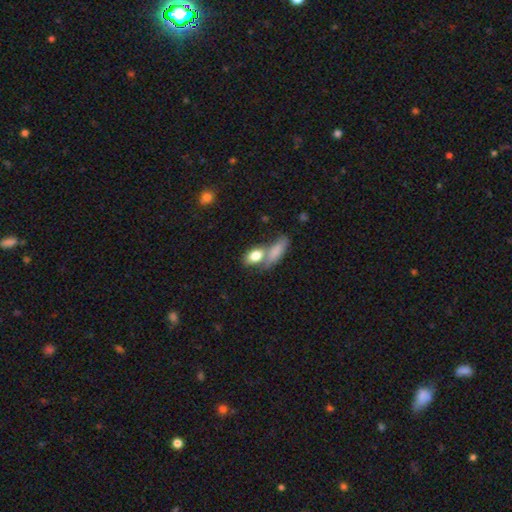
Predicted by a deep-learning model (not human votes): The model was most divided on "merging": merger: 44%, none: 38%, minor disturbance: 12%, major disturbance: 6%. More confident: smooth or featured — smooth (80%); how rounded — in between (78%).